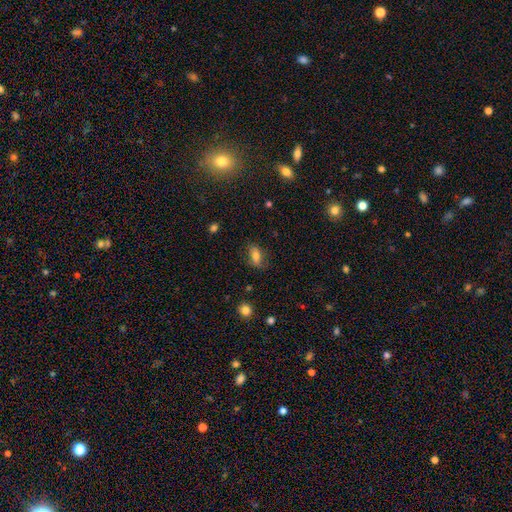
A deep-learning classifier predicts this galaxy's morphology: smooth 75%, featured or disk 16%, star or artifact 10%. Down the decision tree: how rounded — in between (84%); merging — none (76%).